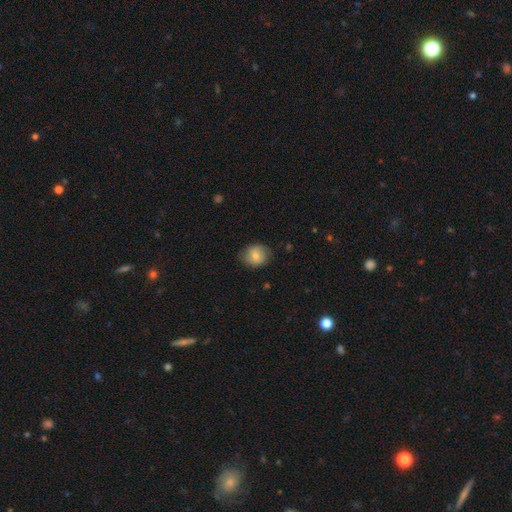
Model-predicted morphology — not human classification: Smooth or featured?
  - smooth: 73% *
  - featured or disk: 19%
  - star or artifact: 8%
How rounded?
  - round: 64% *
  - in between: 35%
  - cigar-shaped: 1%
Merging?
  - none: 75% *
  - minor disturbance: 19%
  - major disturbance: 5%
  - merger: 1%